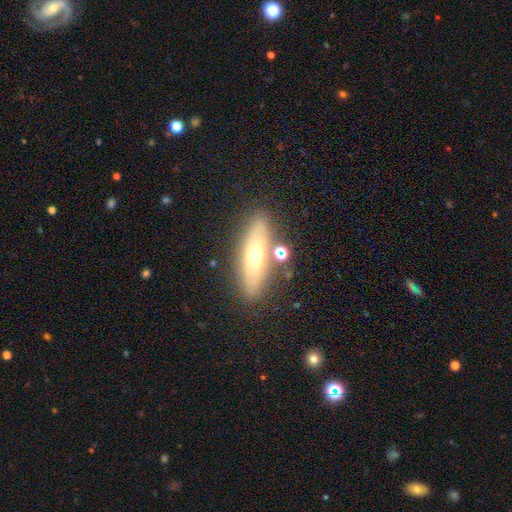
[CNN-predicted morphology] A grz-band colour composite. It shows a smooth galaxy with no disk features (50%). Merging: none (78%).